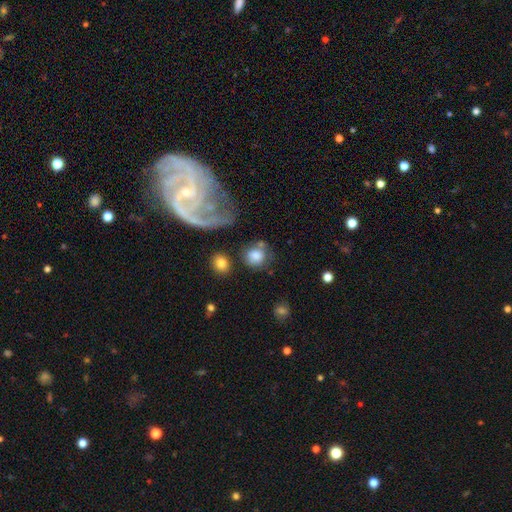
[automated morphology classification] A smooth galaxy with no disk features (74%) that is round (80%). Merging: none (58%).